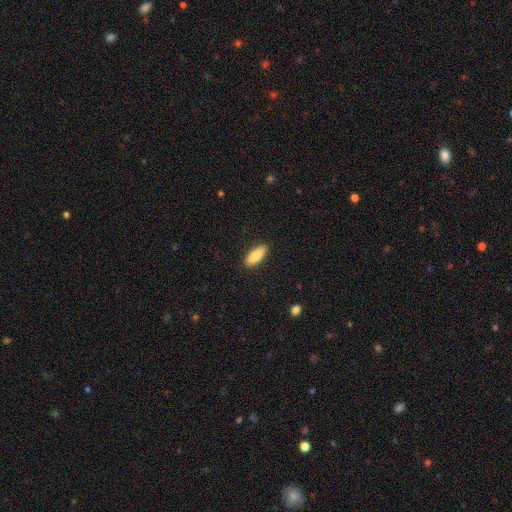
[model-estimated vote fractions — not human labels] Morphology: type=smooth (84%); roundness=in between (72%); merging=none (89%).